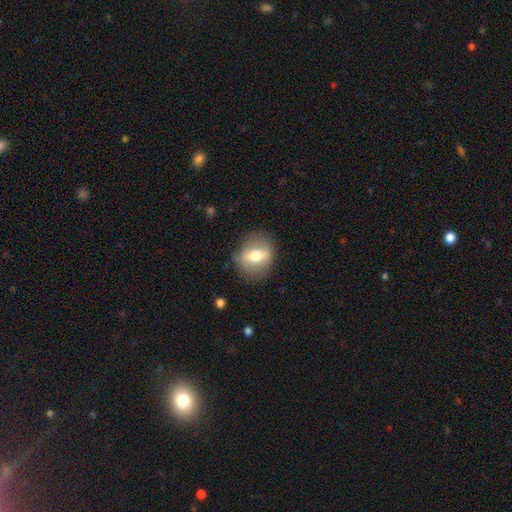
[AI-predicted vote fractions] Overall: featured or disk (47%; smooth 45%). Merging: none (78%).